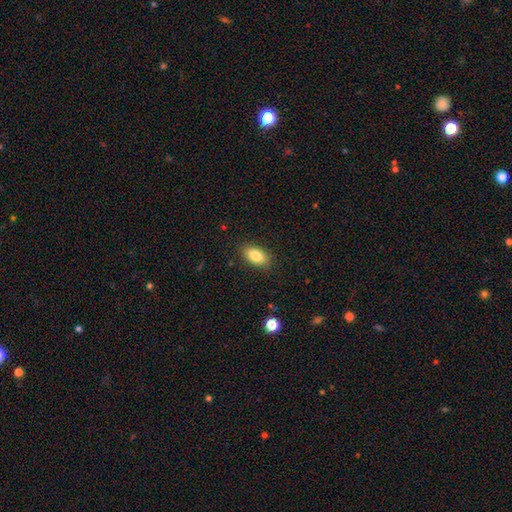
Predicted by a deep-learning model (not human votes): Smooth or featured? Predicted: smooth (p=0.83). How rounded? Predicted: in between (p=0.90). Merging? Predicted: none (p=0.87).